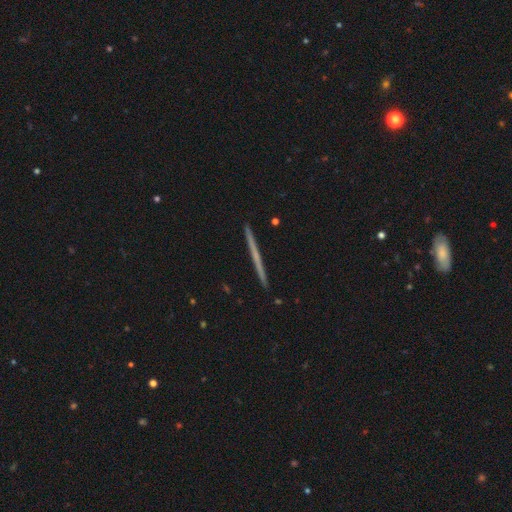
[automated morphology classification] Smooth or featured: featured or disk — 59% (smooth — 35%)
Edge-on disk: yes — 98% (no — 2%)
Edge-on bulge: none — 84% (rounded — 13%)
Merging: none — 93% (minor disturbance — 5%)